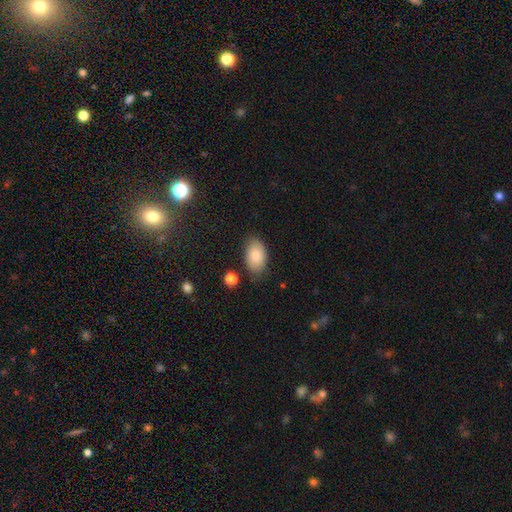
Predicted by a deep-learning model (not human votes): smooth 84%, featured or disk 9%, star or artifact 7%. Down the decision tree: how rounded — in between (92%); merging — none (78%).